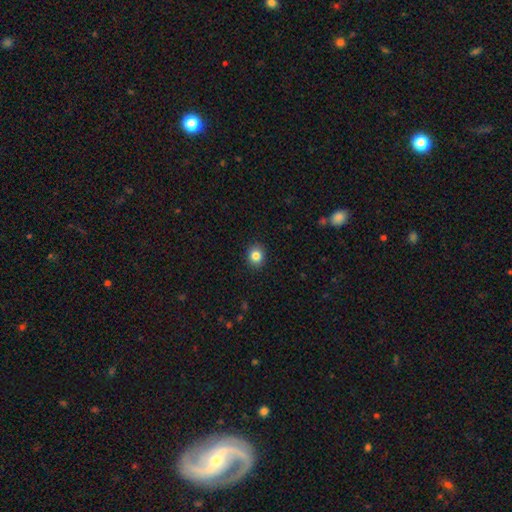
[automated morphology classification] Smooth or featured: smooth — 84% (star or artifact — 10%)
How rounded: round — 74% (in between — 25%)
Merging: none — 91% (minor disturbance — 6%)